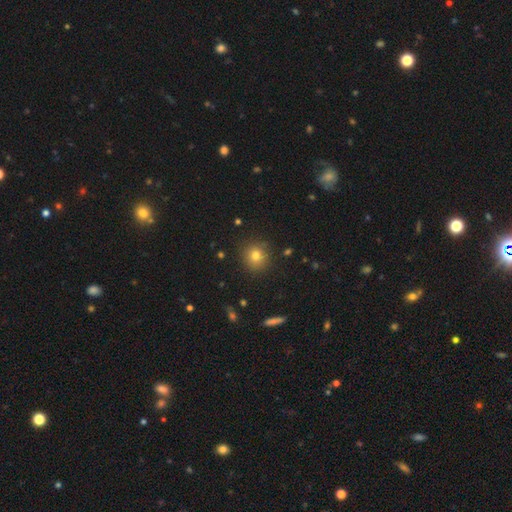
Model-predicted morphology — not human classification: A smooth galaxy with no disk features (77%) that is round (91%). Merging: none (89%).